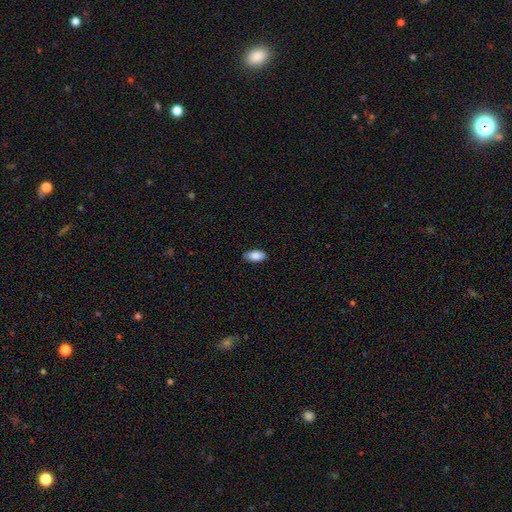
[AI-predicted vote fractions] Smooth or featured? Predicted: smooth (p=0.89). How rounded? Predicted: in between (p=0.93). Merging? Predicted: none (p=0.87).